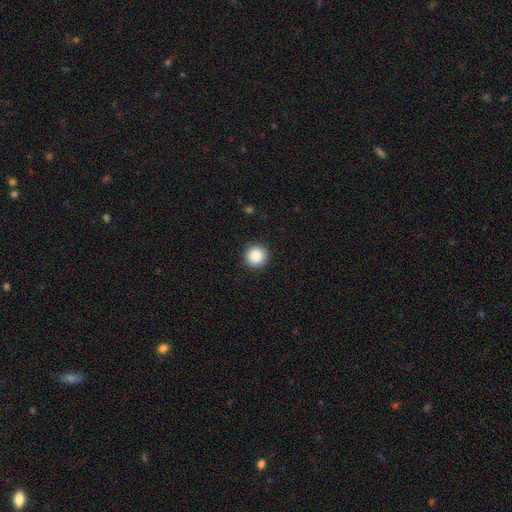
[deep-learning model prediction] smooth 87%, star or artifact 9%, featured or disk 4%. Down the decision tree: how rounded — round (96%); merging — none (92%).